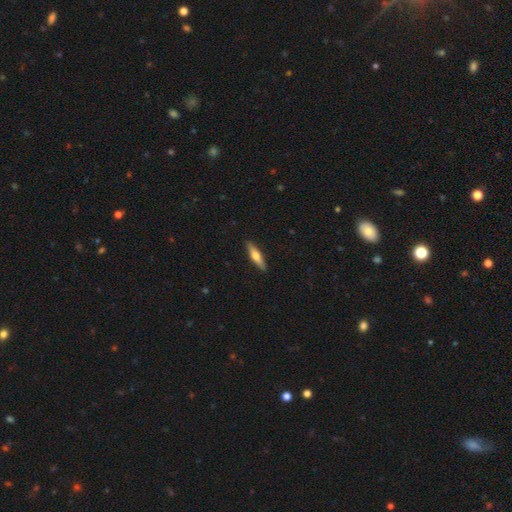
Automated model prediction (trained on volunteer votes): A smooth galaxy with no disk features (52%) that is cigar-shaped (77%).

Vote fractions:
- Smooth or featured? smooth: 52% / featured or disk: 43% / star or artifact: 5%
- How rounded? cigar-shaped: 77% / in between: 22% / round: 2%
- Merging? none: 90% / minor disturbance: 7% / major disturbance: 1% / merger: 1%